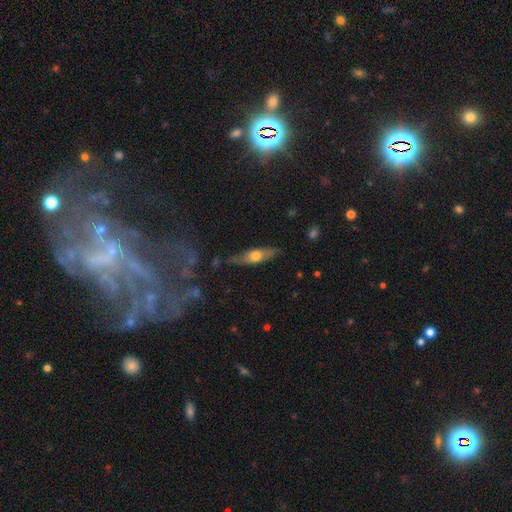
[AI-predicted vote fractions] Q: Smooth or featured?
A: featured or disk (48%); runner-up: smooth (46%)
Q: Merging?
A: none (74%); runner-up: minor disturbance (19%)